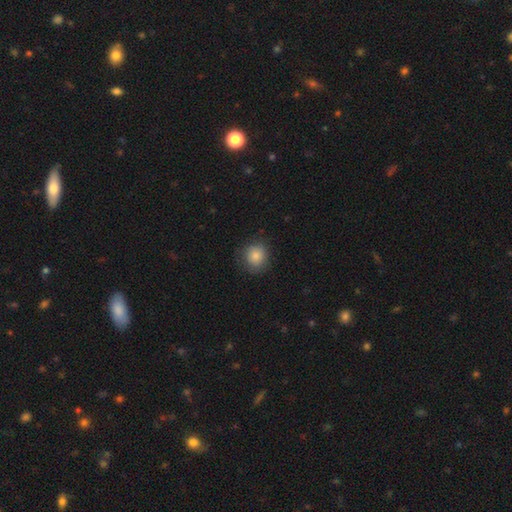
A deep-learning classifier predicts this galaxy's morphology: type=smooth (84%); roundness=round (84%); merging=none (83%).